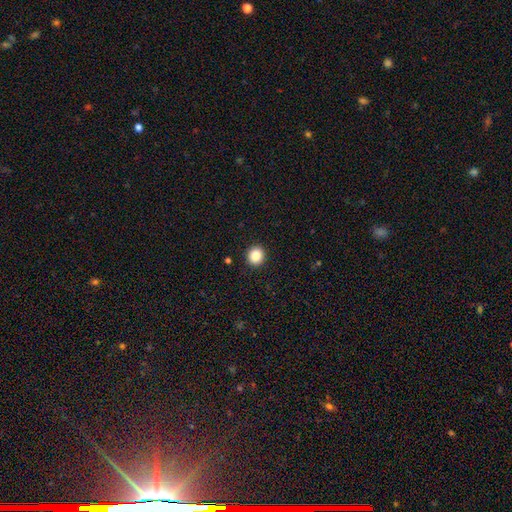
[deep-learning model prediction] Overall: smooth (87%). How rounded: round (87%). Merging: none (92%).